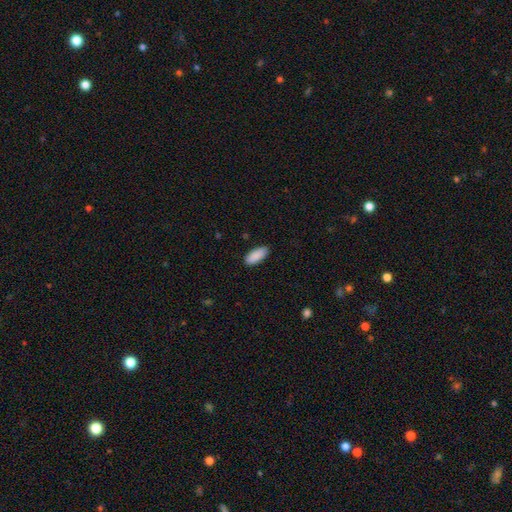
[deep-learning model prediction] Smooth or featured? Predicted: smooth (p=0.91). How rounded? Predicted: in between (p=0.83). Merging? Predicted: none (p=0.89).